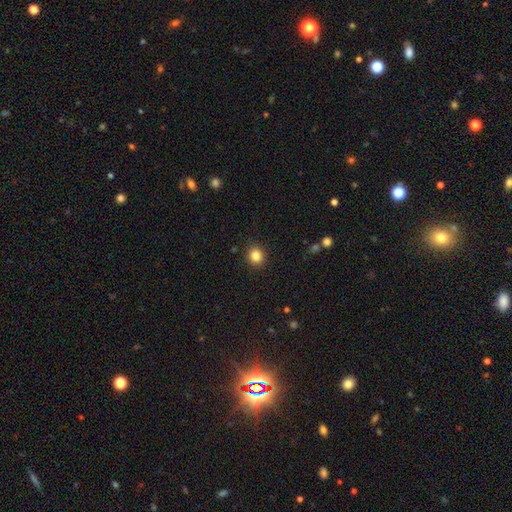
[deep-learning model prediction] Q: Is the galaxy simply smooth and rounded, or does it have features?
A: smooth — 84%.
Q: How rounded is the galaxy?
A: round — 82%.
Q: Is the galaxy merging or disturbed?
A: none — 91%.